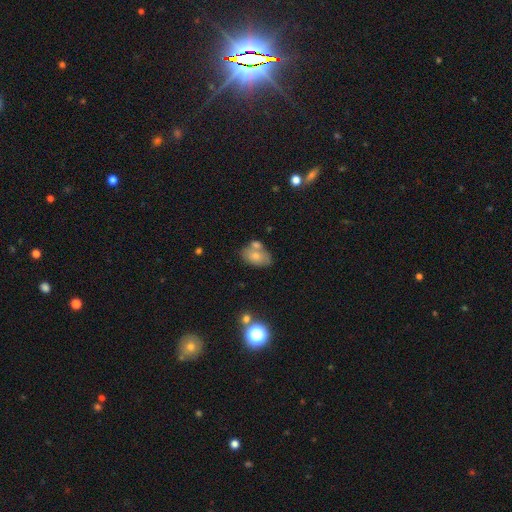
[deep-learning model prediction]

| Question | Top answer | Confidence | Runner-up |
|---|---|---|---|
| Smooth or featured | smooth | 70% | featured or disk (21%) |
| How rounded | in between | 87% | round (11%) |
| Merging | none | 47% | merger (32%) |